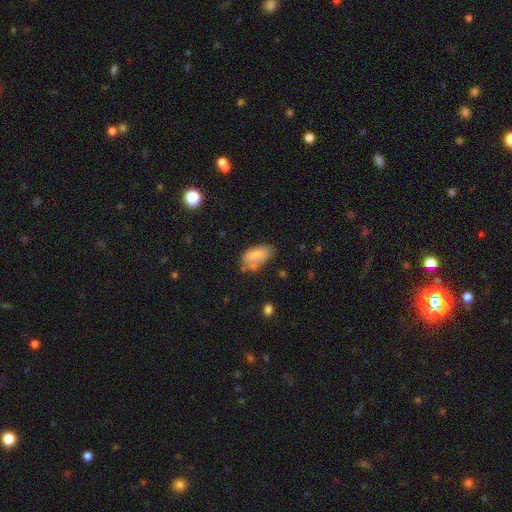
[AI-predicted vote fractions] smooth 79%, featured or disk 13%, star or artifact 8%. Down the decision tree: how rounded — in between (91%); merging — none (50%).